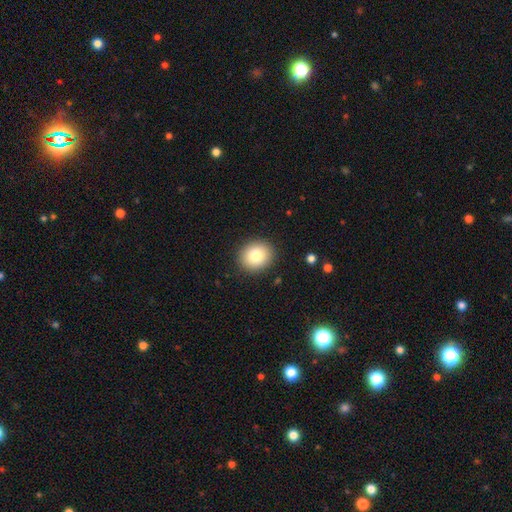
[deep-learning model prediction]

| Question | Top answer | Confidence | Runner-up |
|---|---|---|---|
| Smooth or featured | smooth | 80% | featured or disk (10%) |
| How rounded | round | 73% | in between (27%) |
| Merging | none | 90% | minor disturbance (7%) |